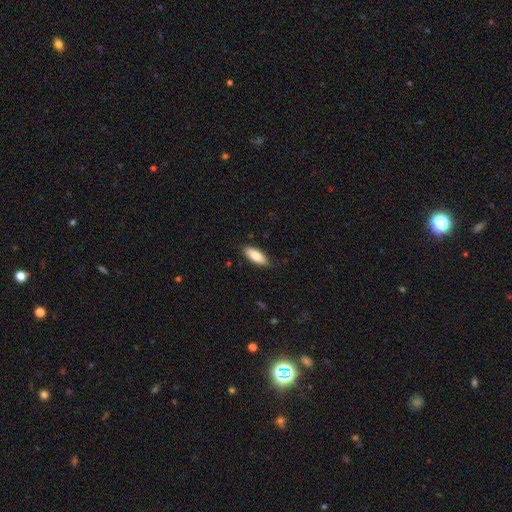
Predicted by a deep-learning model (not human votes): A smooth galaxy with no disk features (81%) that is in between round and cigar-shaped (82%).

Vote fractions:
- Smooth or featured? smooth: 81% / featured or disk: 13% / star or artifact: 6%
- How rounded? in between: 82% / cigar-shaped: 16% / round: 2%
- Merging? none: 84% / minor disturbance: 13% / major disturbance: 2% / merger: 1%